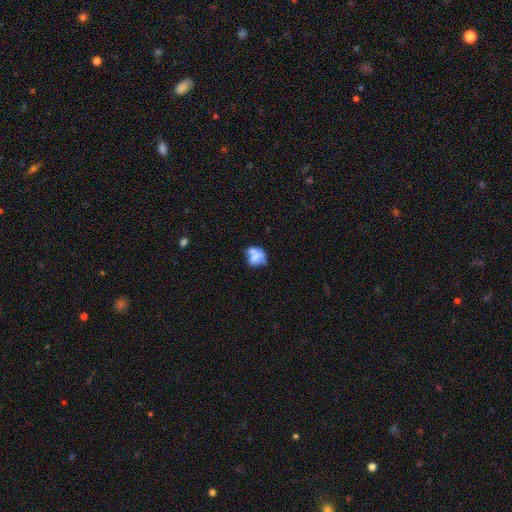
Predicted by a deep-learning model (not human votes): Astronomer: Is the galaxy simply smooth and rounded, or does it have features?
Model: smooth — 60%.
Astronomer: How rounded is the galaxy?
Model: round — 54% (runner-up: in between, 44%).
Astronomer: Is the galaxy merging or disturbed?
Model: none — 38% (runner-up: merger, 25%).